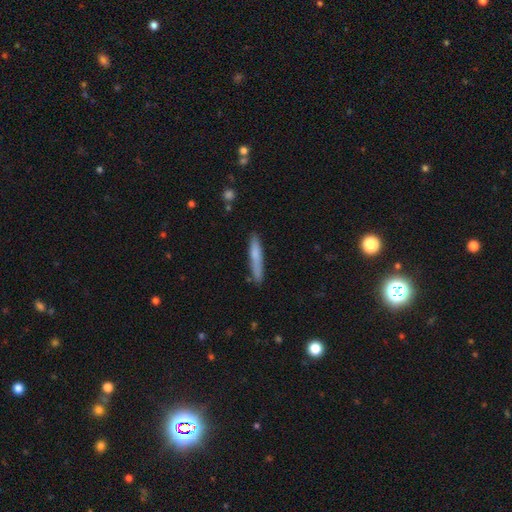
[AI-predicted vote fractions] smooth_or_featured: smooth (p=0.70) [alt: featured or disk p=0.24]
how_rounded: cigar-shaped (p=0.94) [alt: in between p=0.05]
merging: none (p=0.81) [alt: minor disturbance p=0.14]